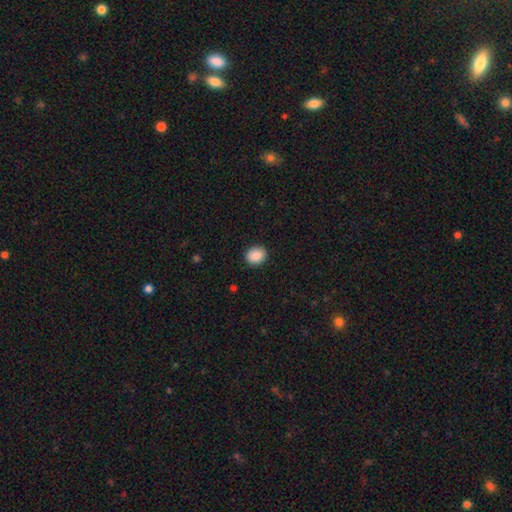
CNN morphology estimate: A smooth galaxy with no disk features (89%) that is round (63%). Merging: none (90%).